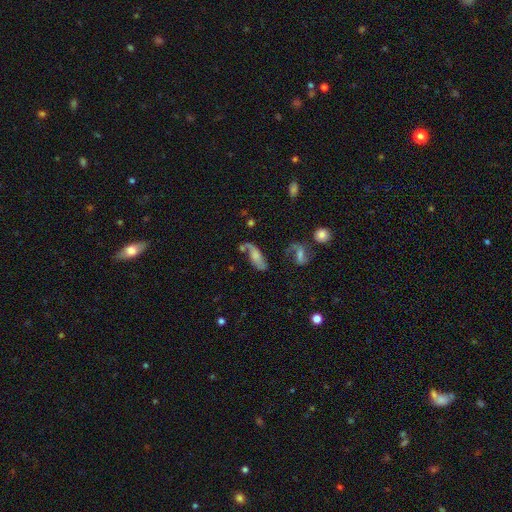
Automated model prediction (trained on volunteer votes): Smooth or featured?
  - featured or disk: 56% *
  - smooth: 34%
  - star or artifact: 10%
Edge-on disk?
  - no: 84% *
  - yes: 16%
Merging?
  - none: 41% *
  - minor disturbance: 23%
  - major disturbance: 21%
  - merger: 15%